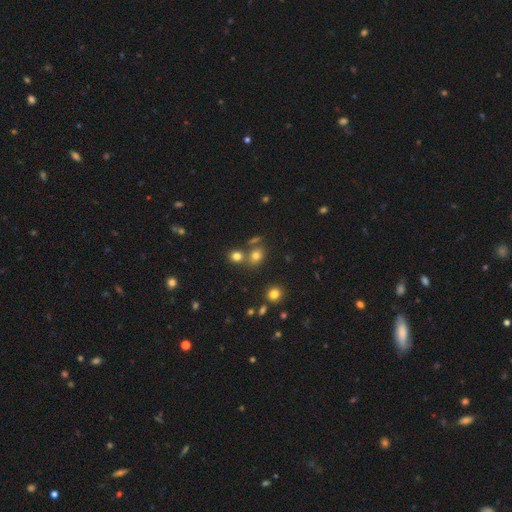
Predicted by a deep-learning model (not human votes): smooth-or-featured: smooth: 73% | star or artifact: 18% | featured or disk: 10%
  how-rounded: round: 66% | in between: 33% | cigar-shaped: 1%
  merging: none: 63% | merger: 23% | minor disturbance: 10% | major disturbance: 4%